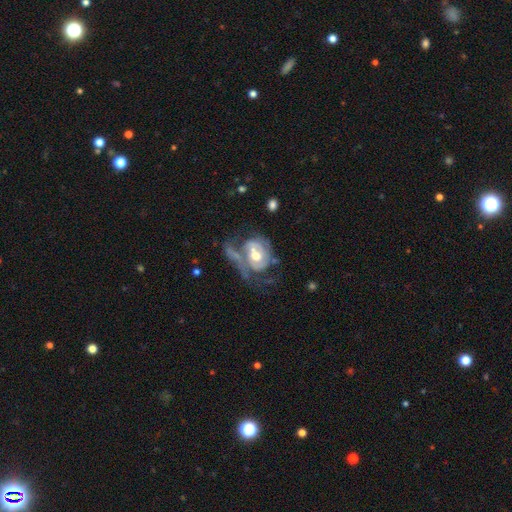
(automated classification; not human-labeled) A featured or disk galaxy (69%) with no bar (65%), spiral arms (66%) and a moderate central bulge (71%). Merging: major disturbance (41%).